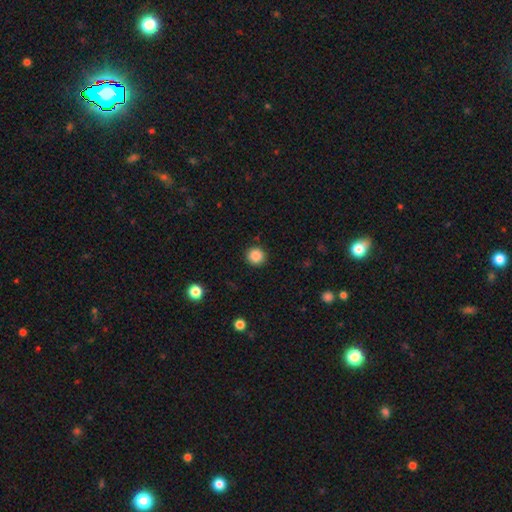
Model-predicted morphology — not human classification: smooth_or_featured: smooth (p=0.87) [alt: star or artifact p=0.10]
how_rounded: round (p=0.94) [alt: in between p=0.05]
merging: none (p=0.92) [alt: minor disturbance p=0.05]